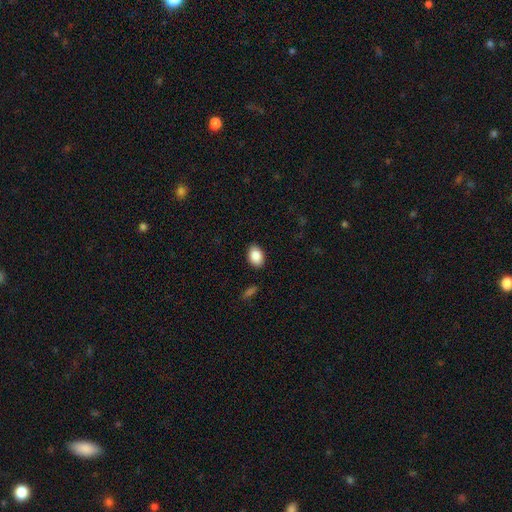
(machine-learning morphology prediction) A smooth galaxy with no disk features (88%) that is in between round and cigar-shaped (83%). Merging: none (87%).